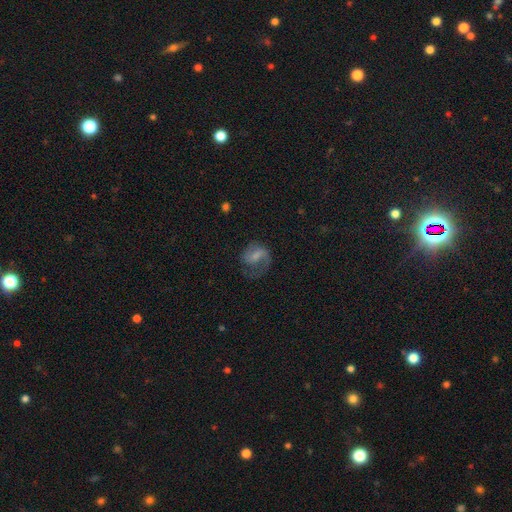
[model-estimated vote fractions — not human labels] This is possibly a featured or disk galaxy (59%). It is clearly not viewed edge-on (97%). Bar: possibly weak (49%). Spiral arm pattern: clearly yes (85%). Central bulge: marginally small (34%). Merging: possibly none (46%).